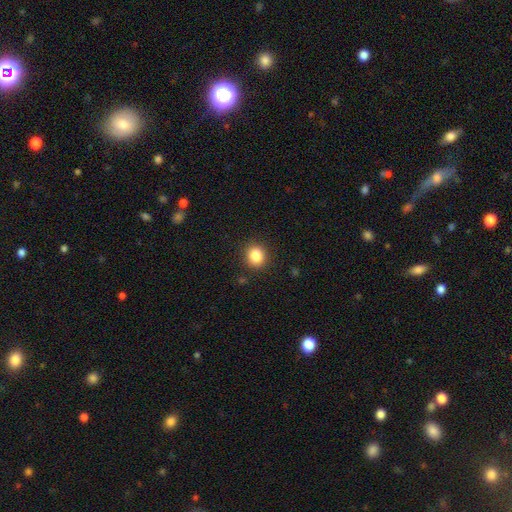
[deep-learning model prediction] Smooth or featured? smooth (84%)
How rounded? round (80%)
Merging? none (90%)